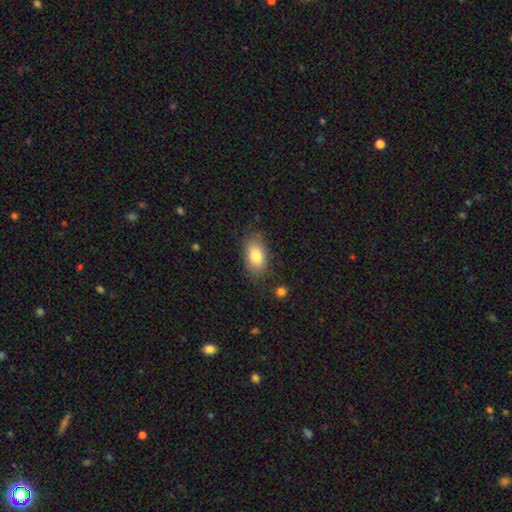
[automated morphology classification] Smooth or featured: smooth — 81% (featured or disk — 11%)
How rounded: in between — 89% (round — 8%)
Merging: none — 80% (minor disturbance — 14%)